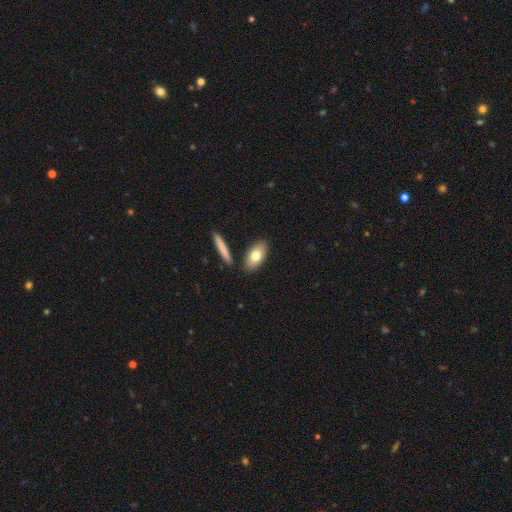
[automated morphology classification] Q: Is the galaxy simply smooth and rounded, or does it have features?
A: smooth — 75%.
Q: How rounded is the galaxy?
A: in between — 86%.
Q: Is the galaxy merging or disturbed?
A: none — 82%.